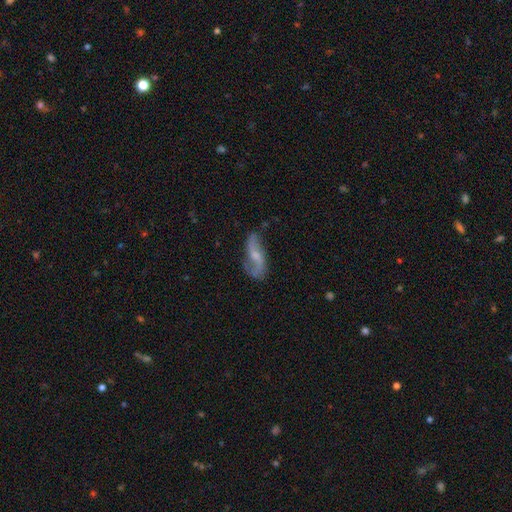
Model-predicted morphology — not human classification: The model was most divided on "bar": no: 47%, weak: 40%, strong: 13%. More confident: edge-on disk — no (93%); spiral arms — yes (93%); spiral arm count — 2 (88%); smooth or featured — featured or disk (79%); spiral winding — loose (75%); merging — none (65%); bulge size — small (50%).